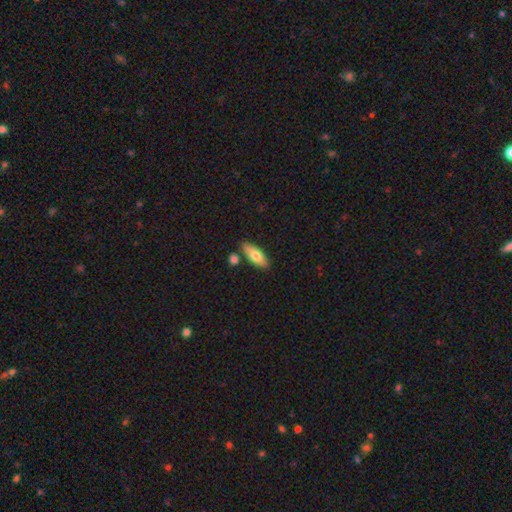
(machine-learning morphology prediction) smooth 72%, featured or disk 22%, star or artifact 6%. Down the decision tree: how rounded — in between (70%); merging — none (79%).